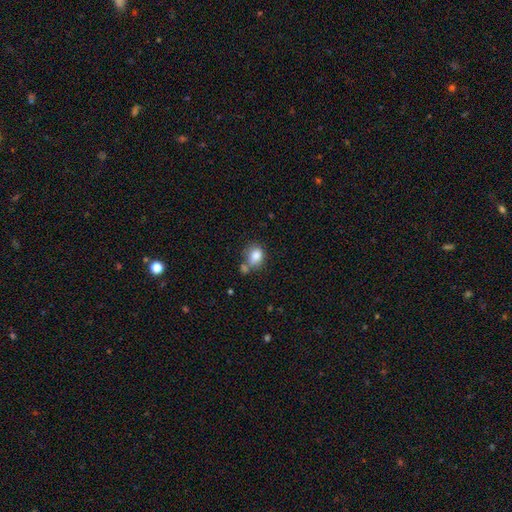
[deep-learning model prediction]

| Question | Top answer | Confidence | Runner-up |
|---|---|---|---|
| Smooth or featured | smooth | 82% | star or artifact (9%) |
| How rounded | in between | 52% | round (47%) |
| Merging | none | 43% | merger (29%) |